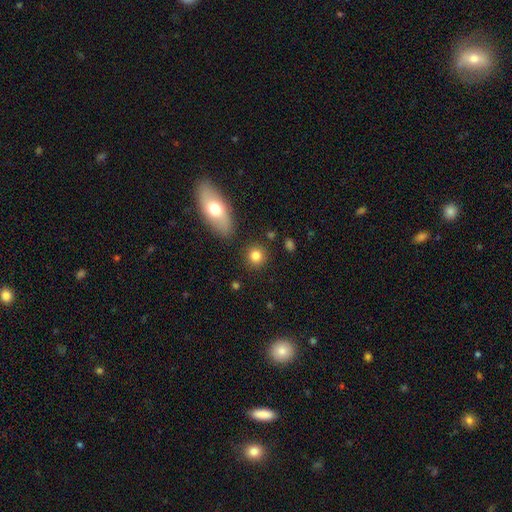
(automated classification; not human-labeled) The model was most divided on "smooth or featured": smooth: 83%, star or artifact: 10%, featured or disk: 8%. More confident: how rounded — round (88%); merging — none (87%).